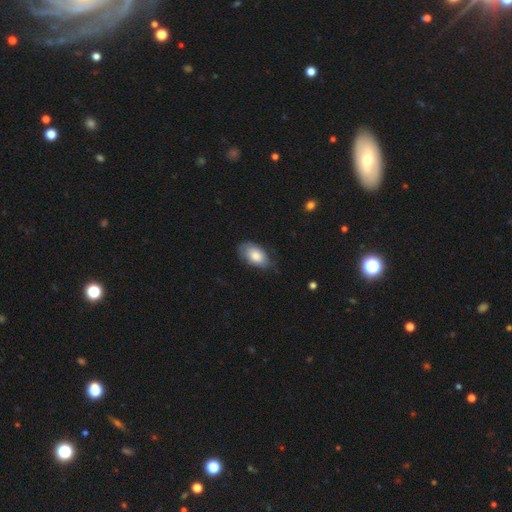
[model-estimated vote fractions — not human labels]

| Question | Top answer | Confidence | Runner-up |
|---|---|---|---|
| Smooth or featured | smooth | 79% | featured or disk (15%) |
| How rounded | in between | 93% | round (6%) |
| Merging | none | 66% | minor disturbance (27%) |